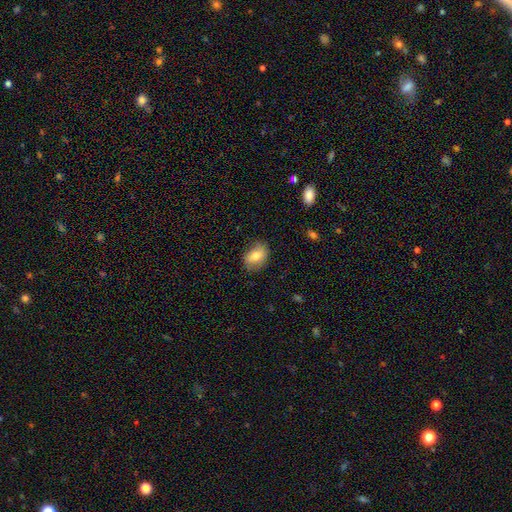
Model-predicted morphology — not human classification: A smooth galaxy with no disk features (75%) that is in between round and cigar-shaped (79%). Merging: none (77%).